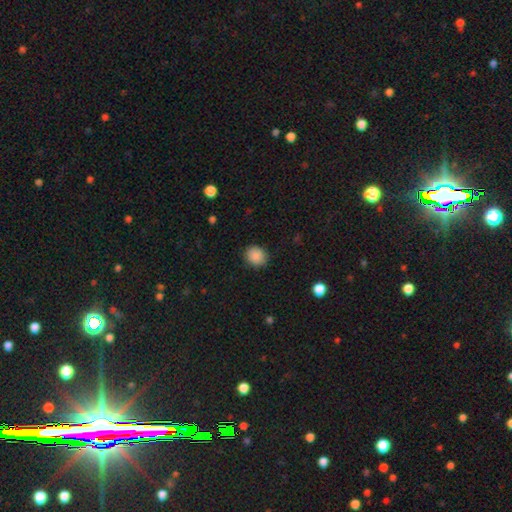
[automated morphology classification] Smooth or featured? smooth (88%)
How rounded? round (78%)
Merging? none (87%)